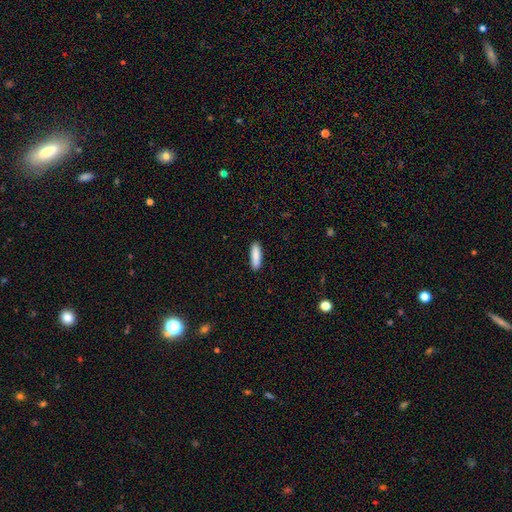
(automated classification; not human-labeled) smooth 88%, featured or disk 6%, star or artifact 6%. Down the decision tree: how rounded — cigar-shaped (58%); merging — none (89%).